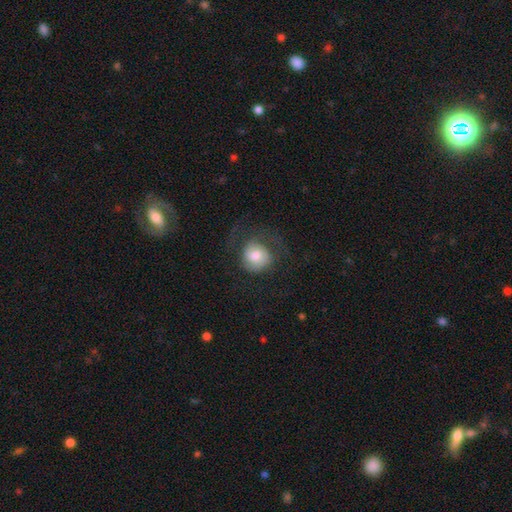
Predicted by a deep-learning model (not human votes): smooth-or-featured: smooth: 56% | featured or disk: 35% | star or artifact: 8%
  how-rounded: round: 85% | in between: 14% | cigar-shaped: 1%
  merging: none: 55% | major disturbance: 26% | minor disturbance: 18% | merger: 1%